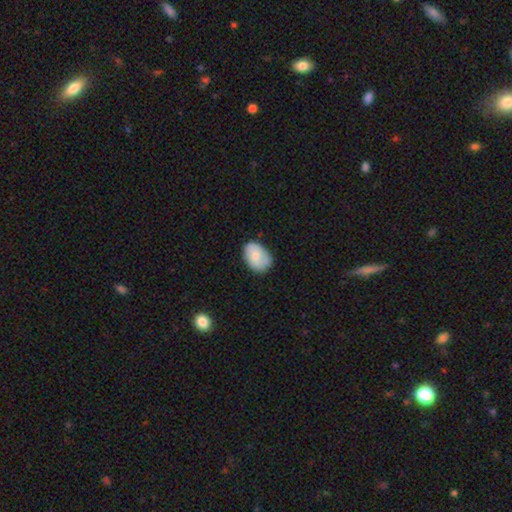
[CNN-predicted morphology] The model was most divided on "merging": none: 69%, minor disturbance: 24%, major disturbance: 4%, merger: 2%. More confident: how rounded — in between (80%); smooth or featured — smooth (72%).